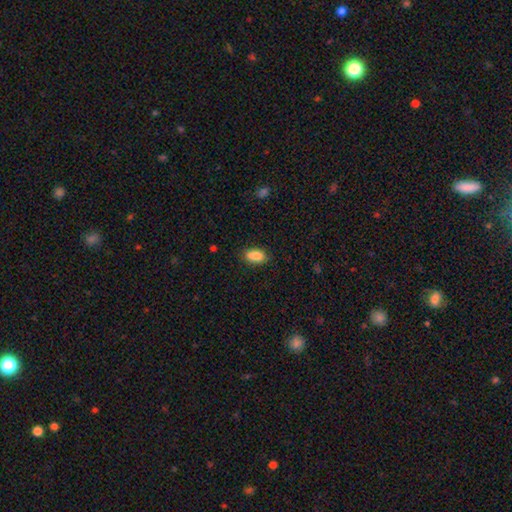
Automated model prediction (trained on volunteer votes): This appears to be a smooth galaxy with no disk features (87%) that is in between round and cigar-shaped (89%). Merging: none (85%).